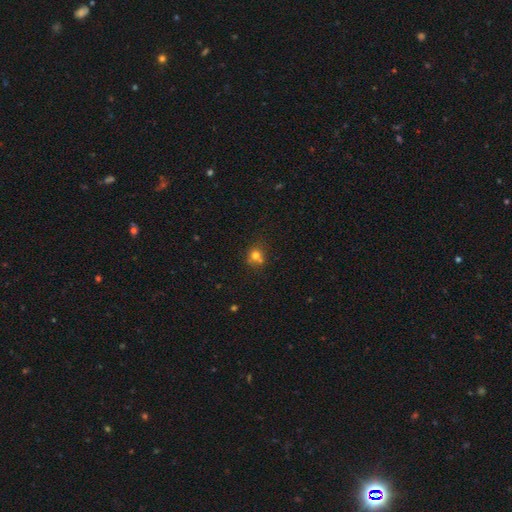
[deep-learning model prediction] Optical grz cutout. It shows a smooth galaxy with no disk features (72%) that is round (76%). Merging: none (55%).